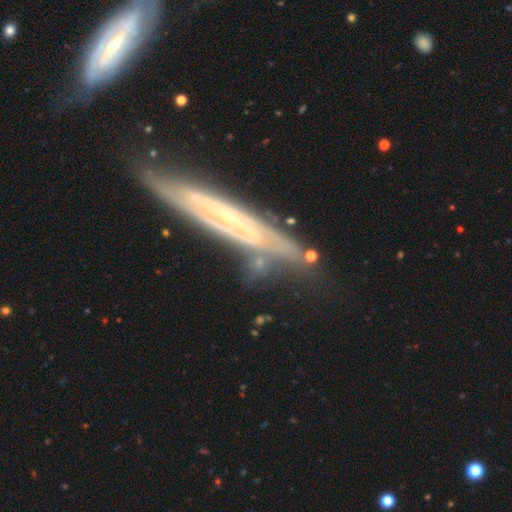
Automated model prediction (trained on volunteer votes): featured or disk 72%, smooth 20%, star or artifact 9%. Down the decision tree: edge-on disk — yes (64%); merging — none (63%).